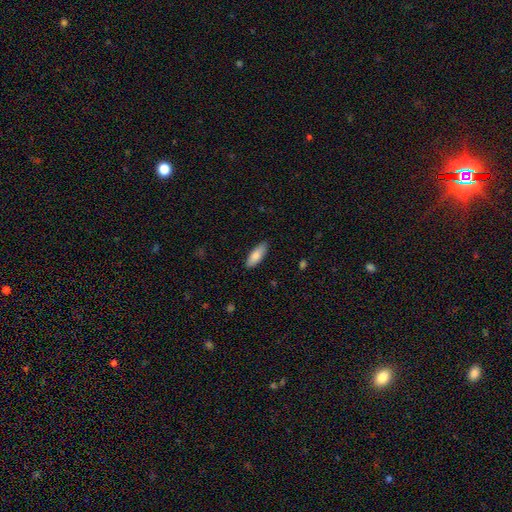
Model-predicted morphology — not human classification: This is clearly a smooth galaxy (85%). How rounded: likely in between (73%). Merging: clearly none (86%).